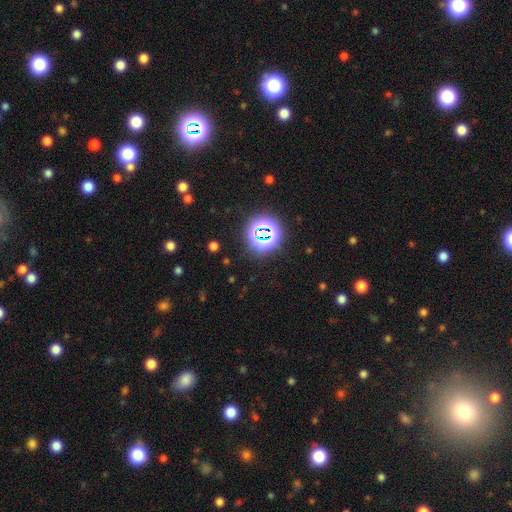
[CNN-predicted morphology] smooth-or-featured: star or artifact: 69% | smooth: 24% | featured or disk: 7%